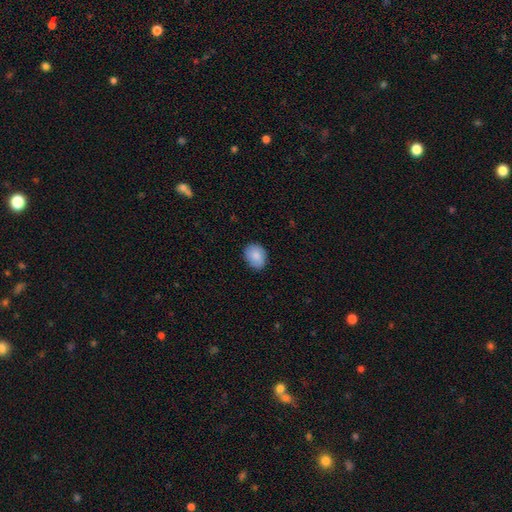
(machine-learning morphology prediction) A smooth galaxy with no disk features (87%) that is in between round and cigar-shaped (63%). Merging: none (83%).